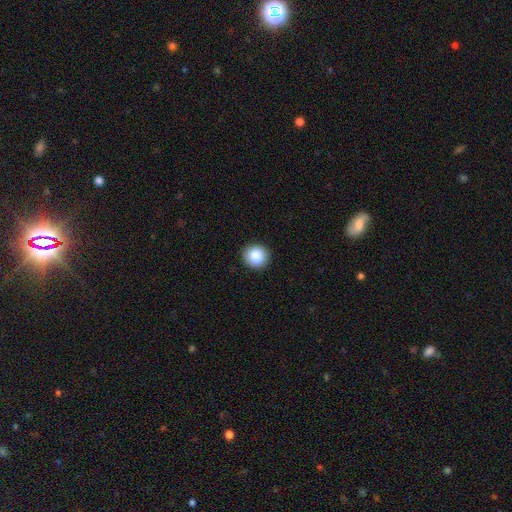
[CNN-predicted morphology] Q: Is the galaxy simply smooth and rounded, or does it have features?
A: smooth — 88%.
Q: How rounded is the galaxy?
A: round — 93%.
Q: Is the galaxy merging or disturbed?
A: none — 92%.